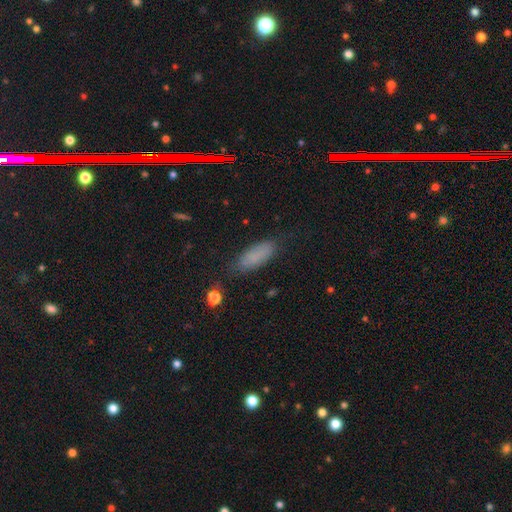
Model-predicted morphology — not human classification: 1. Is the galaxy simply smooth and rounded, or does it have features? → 79% smooth, 10% star or artifact, 10% featured or disk.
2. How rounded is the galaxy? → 68% in between, 29% cigar-shaped, 2% round.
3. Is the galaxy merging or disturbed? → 74% none, 18% minor disturbance, 6% major disturbance, 2% merger.